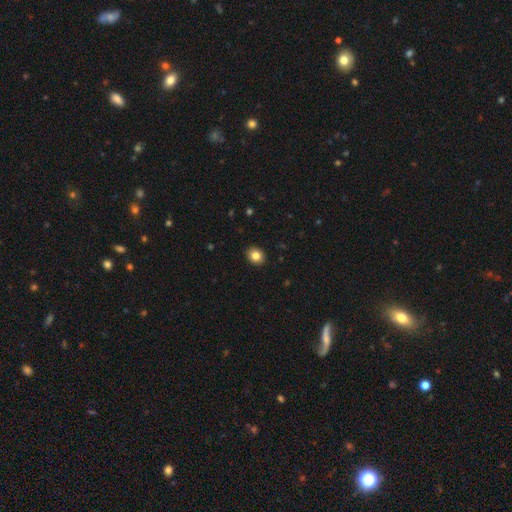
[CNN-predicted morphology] smooth_or_featured: smooth (p=0.84) [alt: star or artifact p=0.10]
how_rounded: round (p=0.63) [alt: in between p=0.36]
merging: none (p=0.91) [alt: minor disturbance p=0.06]